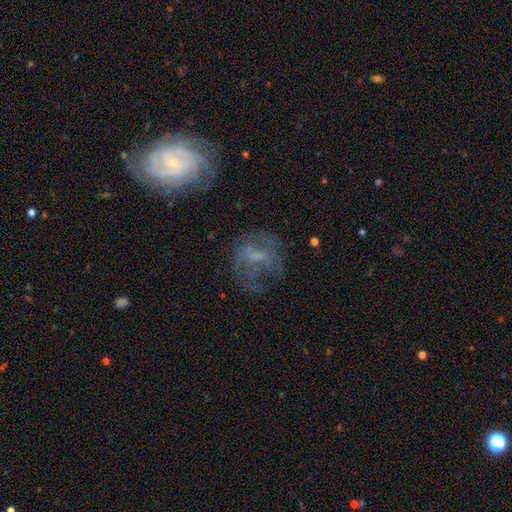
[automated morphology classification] Q: Smooth or featured?
A: featured or disk (53%); runner-up: smooth (31%)
Q: Edge-on disk?
A: no (96%); runner-up: yes (4%)
Q: Bar?
A: no (56%); runner-up: weak (35%)
Q: Spiral arms?
A: no (54%); runner-up: yes (46%)
Q: Bulge size?
A: small (37%); runner-up: none (35%)
Q: Merging?
A: none (49%); runner-up: major disturbance (27%)